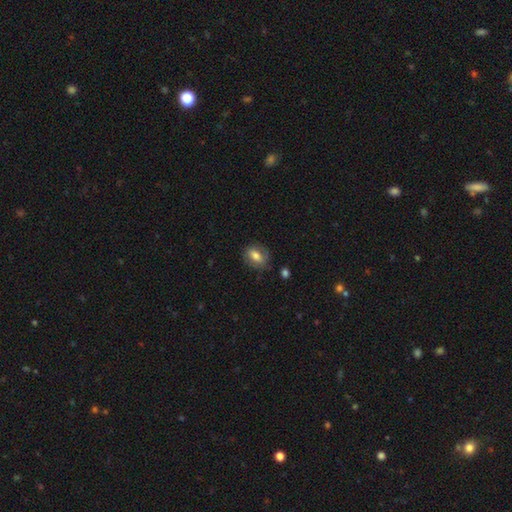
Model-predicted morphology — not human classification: A smooth galaxy with no disk features (71%) that is in between round and cigar-shaped (73%). Merging: none (77%).